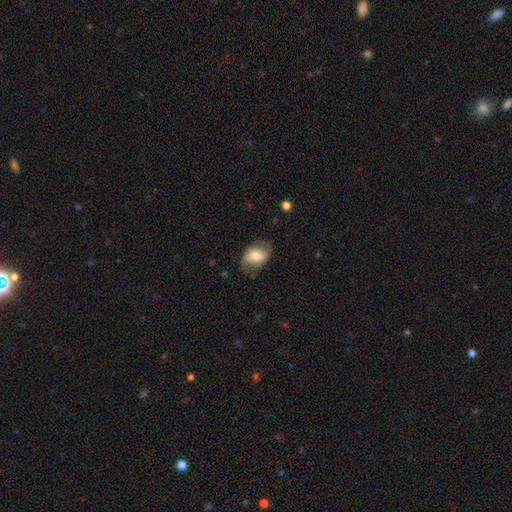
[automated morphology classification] Smooth or featured: smooth — 54% (featured or disk — 38%)
How rounded: in between — 79% (round — 19%)
Merging: none — 67% (minor disturbance — 23%)